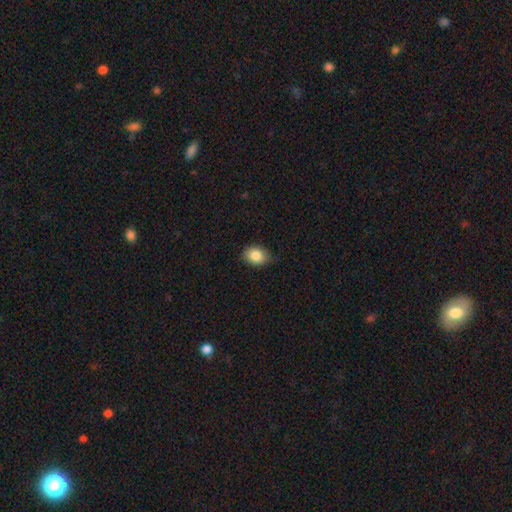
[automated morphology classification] Smooth or featured? smooth (85%)
How rounded? in between (66%)
Merging? none (79%)